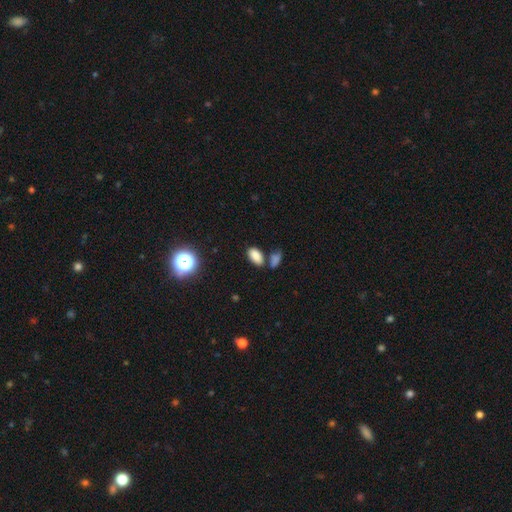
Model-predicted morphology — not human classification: Q: Smooth or featured?
A: smooth (83%); runner-up: star or artifact (12%)
Q: How rounded?
A: in between (92%); runner-up: round (4%)
Q: Merging?
A: none (65%); runner-up: merger (19%)